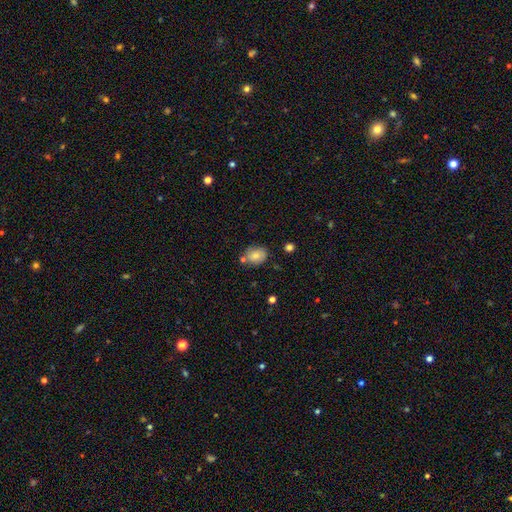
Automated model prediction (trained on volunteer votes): A smooth galaxy with no disk features (72%) that is in between round and cigar-shaped (54%).

Vote fractions:
- Smooth or featured? smooth: 72% / featured or disk: 18% / star or artifact: 9%
- How rounded? in between: 54% / round: 45% / cigar-shaped: 1%
- Merging? none: 67% / minor disturbance: 18% / merger: 11% / major disturbance: 4%